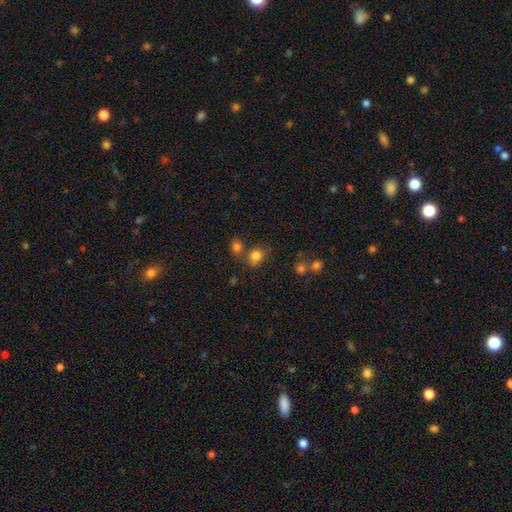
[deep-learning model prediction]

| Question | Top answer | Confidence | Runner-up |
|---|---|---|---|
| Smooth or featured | smooth | 80% | star or artifact (13%) |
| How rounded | round | 54% | in between (45%) |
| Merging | none | 61% | merger (21%) |